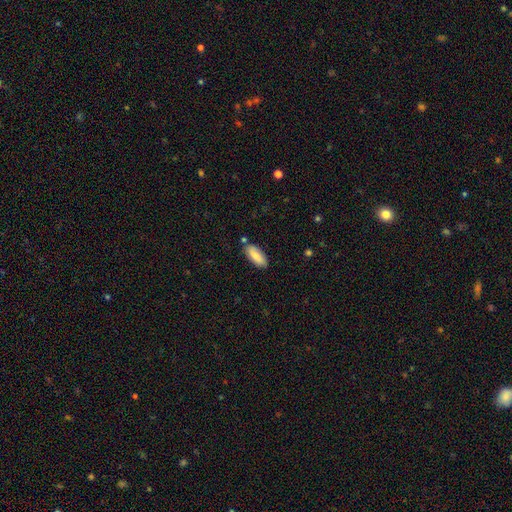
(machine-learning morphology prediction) Q: Smooth or featured?
A: smooth (79%); runner-up: featured or disk (15%)
Q: How rounded?
A: in between (84%); runner-up: cigar-shaped (15%)
Q: Merging?
A: none (82%); runner-up: minor disturbance (12%)